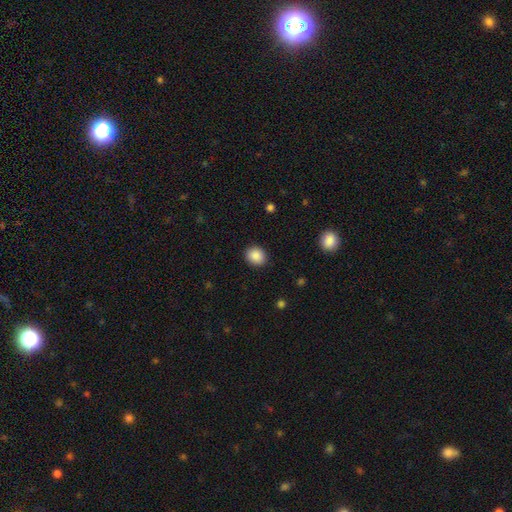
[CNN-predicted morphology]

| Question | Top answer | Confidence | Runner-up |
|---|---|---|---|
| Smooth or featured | smooth | 88% | star or artifact (8%) |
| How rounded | round | 69% | in between (30%) |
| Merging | none | 89% | minor disturbance (7%) |